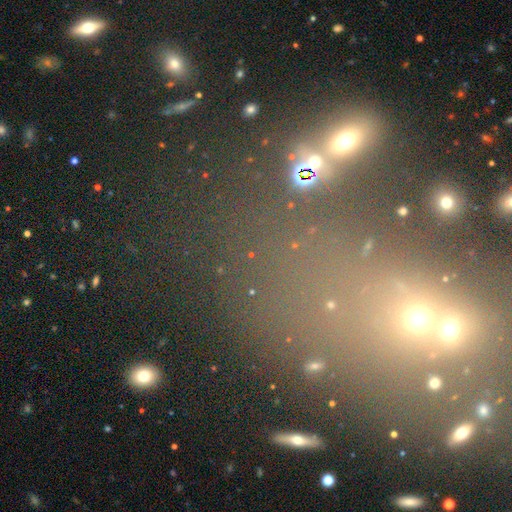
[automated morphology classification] Smooth or featured?
  - star or artifact: 52% *
  - smooth: 33%
  - featured or disk: 15%